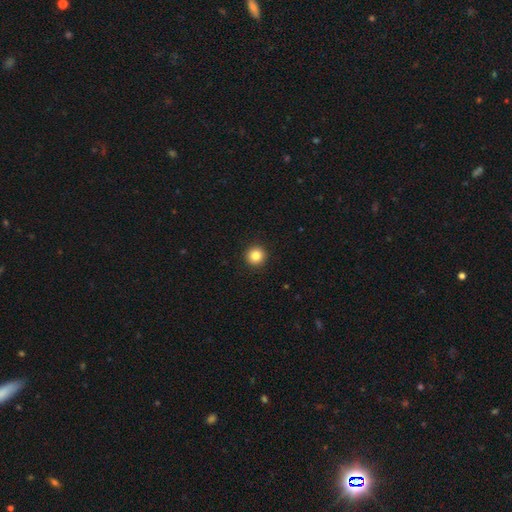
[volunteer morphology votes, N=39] A smooth galaxy with no disk features (87%) that is round (94%).

Vote fractions:
- Smooth or featured? smooth: 87% / star or artifact: 8% / featured or disk: 5%
- How rounded? round: 94% / in between: 6% / cigar-shaped: 0%
- Merging? none: 100% / minor disturbance: 0% / major disturbance: 0% / merger: 0%